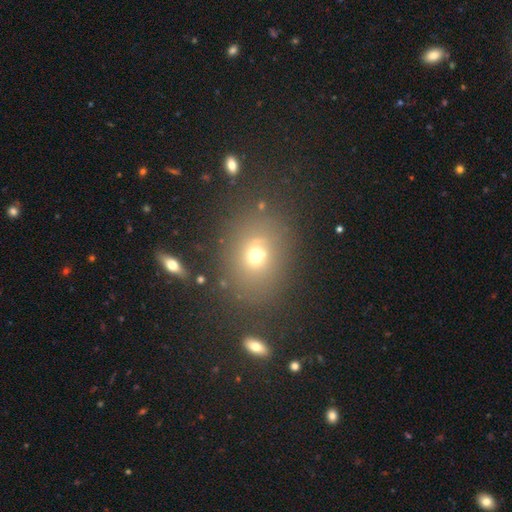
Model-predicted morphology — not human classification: Smooth or featured? smooth (65%)
How rounded? round (56%)
Merging? none (71%)